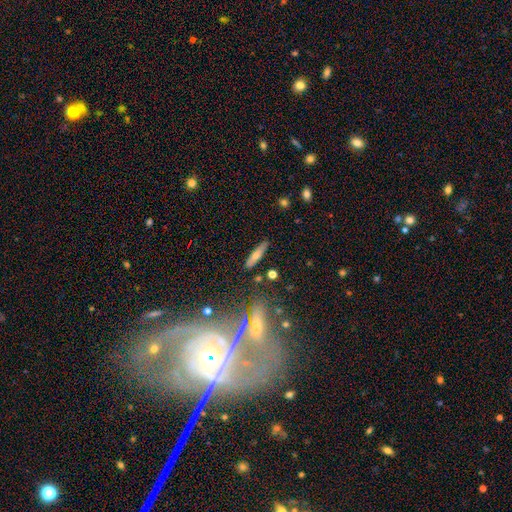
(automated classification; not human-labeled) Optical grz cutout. It shows a smooth galaxy with no disk features (64%) that is cigar-shaped (74%). Merging: none (83%).